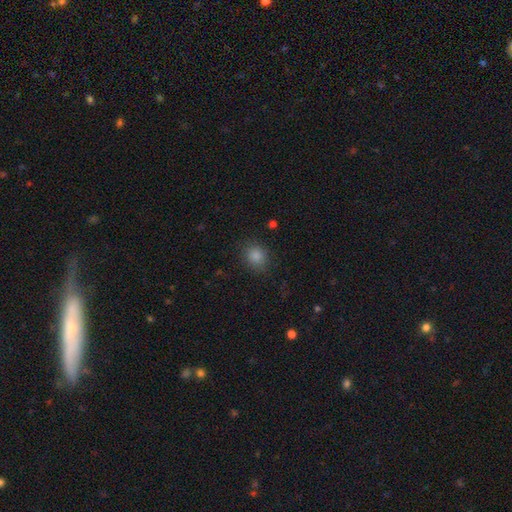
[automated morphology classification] The model was most divided on "how rounded": round: 72%, in between: 27%, cigar-shaped: 1%. More confident: merging — none (86%); smooth or featured — smooth (81%).